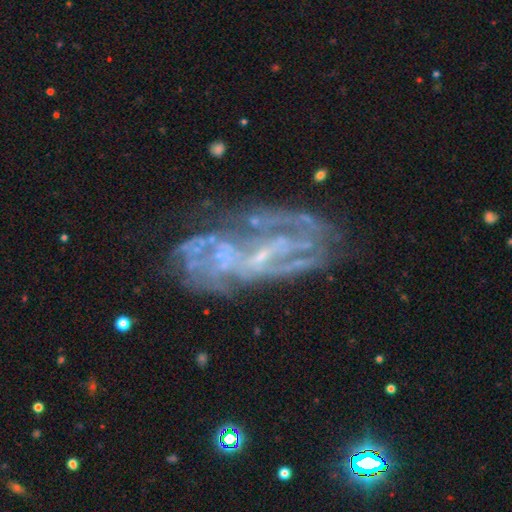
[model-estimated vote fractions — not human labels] Smooth or featured: featured or disk — 77% (star or artifact — 13%)
Edge-on disk: no — 93% (yes — 7%)
Bar: no — 41% (weak — 37%)
Spiral arms: yes — 76% (no — 24%)
Spiral winding: tight — 42% (medium — 39%)
Spiral arm count: can't tell — 40% (2 — 25%)
Bulge size: small — 55% (none — 32%)
Merging: none — 49% (major disturbance — 21%)